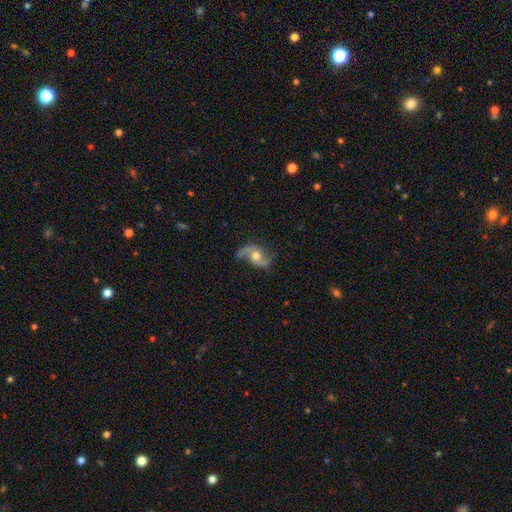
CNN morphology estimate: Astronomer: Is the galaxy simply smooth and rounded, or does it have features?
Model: featured or disk — 81%.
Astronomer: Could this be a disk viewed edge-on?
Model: no — 96%.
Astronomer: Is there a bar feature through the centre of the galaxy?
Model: no — 66%.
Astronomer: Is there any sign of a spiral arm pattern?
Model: yes — 93%.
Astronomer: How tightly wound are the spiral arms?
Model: loose — 66%.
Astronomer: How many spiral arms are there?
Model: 2 — 91%.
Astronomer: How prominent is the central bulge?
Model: moderate — 70%.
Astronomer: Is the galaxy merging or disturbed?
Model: none — 69%.